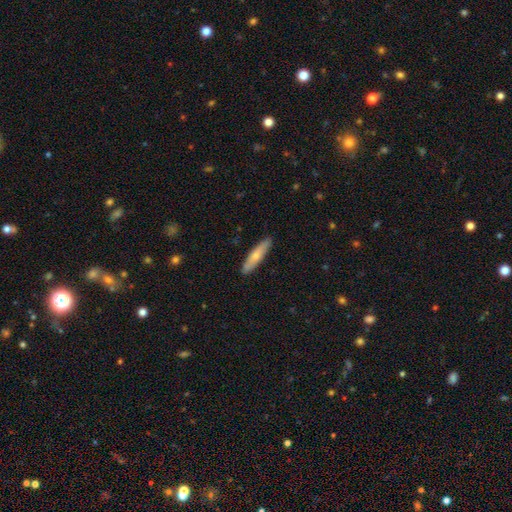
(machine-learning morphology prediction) A smooth galaxy with no disk features (64%) that is cigar-shaped (82%).

Vote fractions:
- Smooth or featured? smooth: 64% / featured or disk: 31% / star or artifact: 5%
- How rounded? cigar-shaped: 82% / in between: 17% / round: 2%
- Merging? none: 89% / minor disturbance: 8% / major disturbance: 1% / merger: 1%